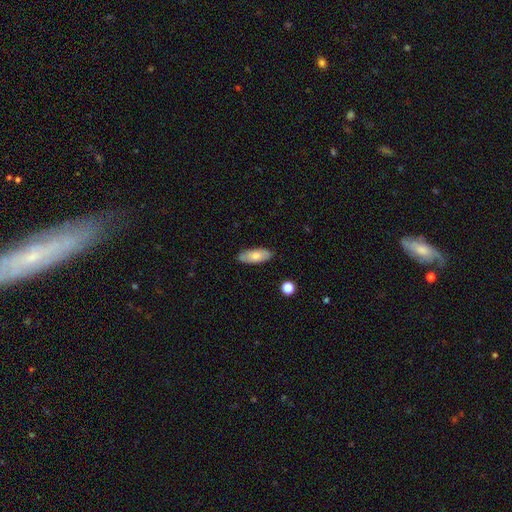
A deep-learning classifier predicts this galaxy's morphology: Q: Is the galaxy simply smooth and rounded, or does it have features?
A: smooth — 72%.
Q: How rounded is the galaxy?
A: in between — 80%.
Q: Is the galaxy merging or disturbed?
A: none — 85%.